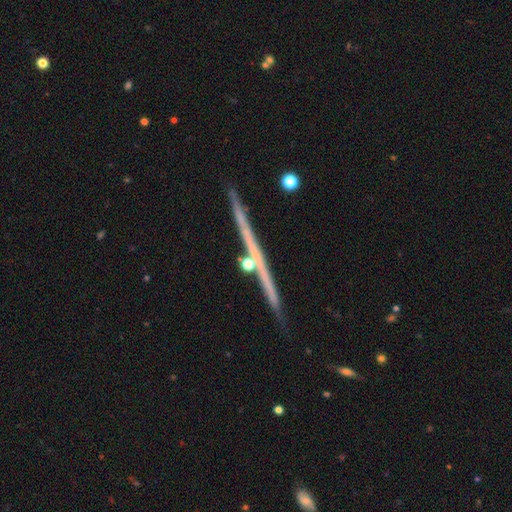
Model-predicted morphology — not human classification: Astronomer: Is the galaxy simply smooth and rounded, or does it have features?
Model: featured or disk — 78%.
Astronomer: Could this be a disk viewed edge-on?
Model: yes — 98%.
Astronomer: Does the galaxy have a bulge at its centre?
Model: none — 55% (runner-up: rounded, 40%).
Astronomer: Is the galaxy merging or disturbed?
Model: none — 86%.